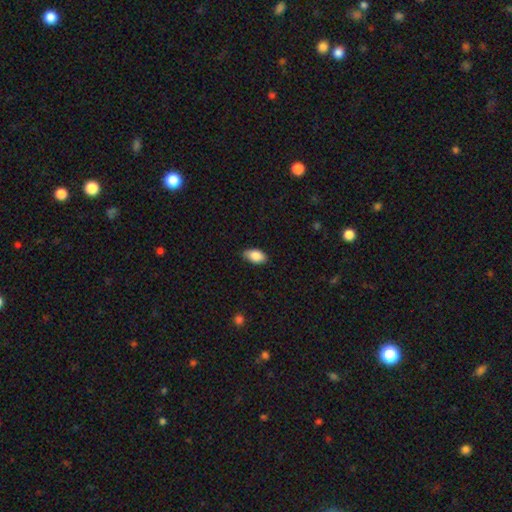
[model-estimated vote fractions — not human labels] Smooth or featured? smooth (86%)
How rounded? in between (93%)
Merging? none (81%)